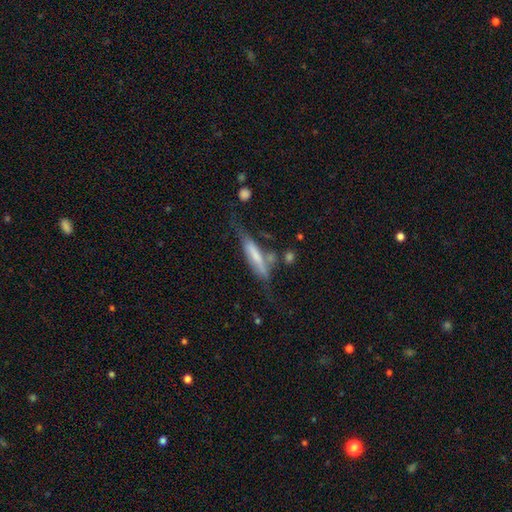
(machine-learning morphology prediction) The model was most divided on "smooth or featured": smooth: 49%, featured or disk: 43%, star or artifact: 7%. Remaining: merging — none (44%).